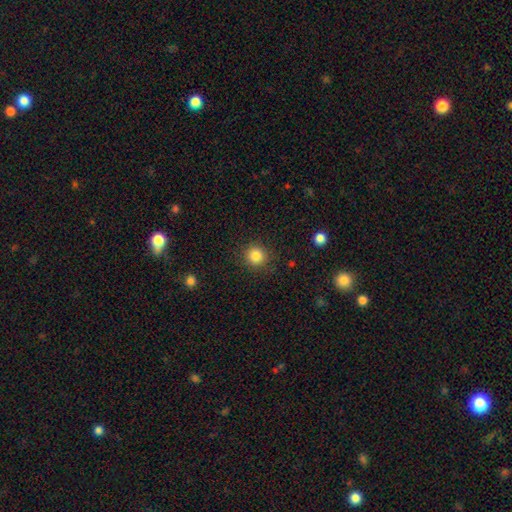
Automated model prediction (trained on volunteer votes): This appears to be a smooth galaxy with no disk features (84%) that is round (93%). Merging: none (89%).